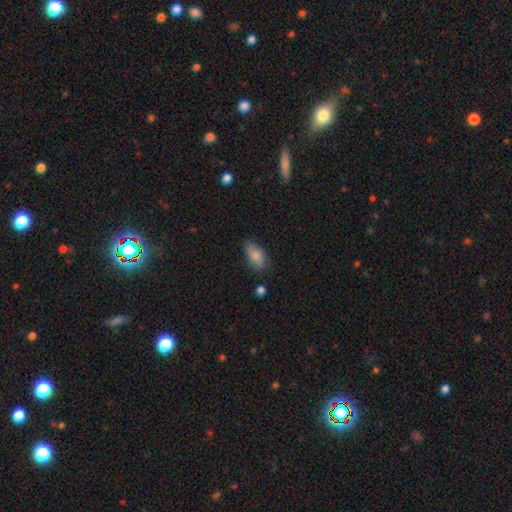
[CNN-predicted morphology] type=smooth (80%); roundness=in between (90%); merging=none (65%).